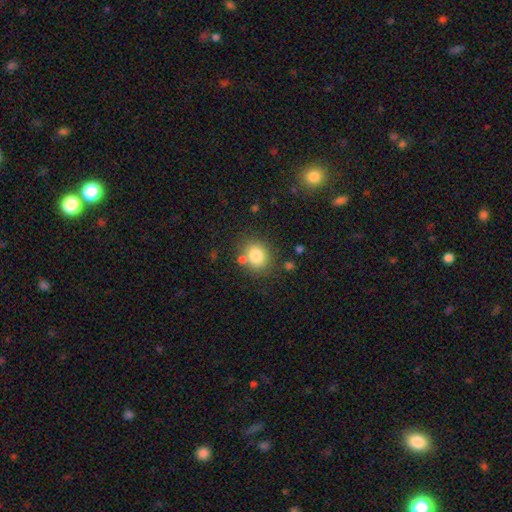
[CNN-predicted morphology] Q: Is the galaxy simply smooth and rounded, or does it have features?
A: smooth — 81%.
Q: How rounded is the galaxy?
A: round — 67%.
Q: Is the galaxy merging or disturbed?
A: none — 72%.